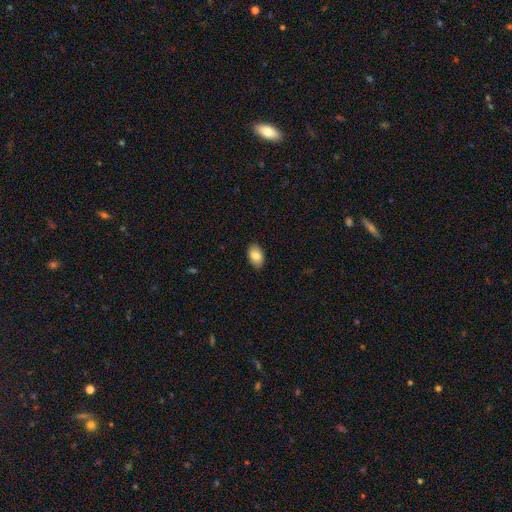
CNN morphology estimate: smooth 83%, featured or disk 10%, star or artifact 7%. Down the decision tree: how rounded — in between (91%); merging — none (88%).